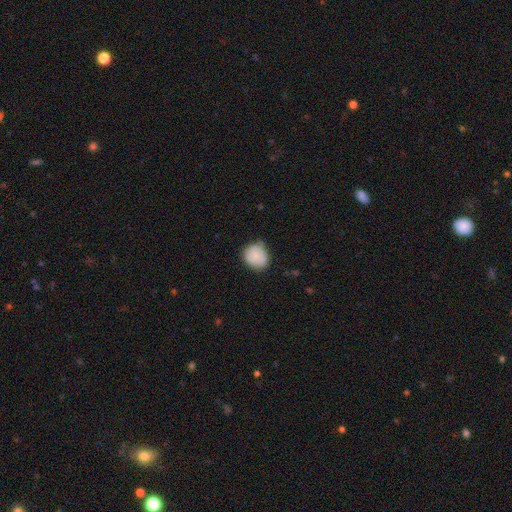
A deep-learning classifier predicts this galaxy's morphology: Overall: smooth (83%). How rounded: round (72%). Merging: none (65%; minor disturbance 28%).